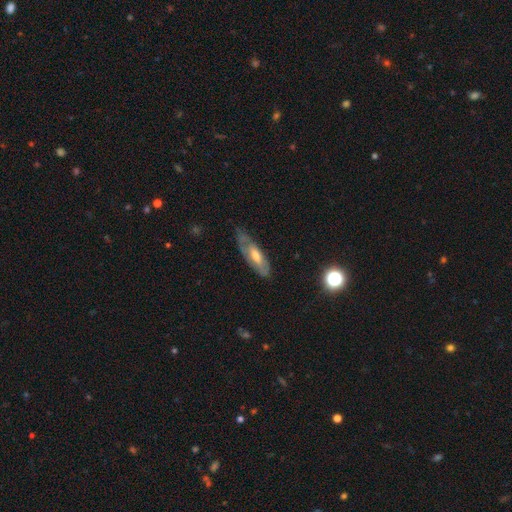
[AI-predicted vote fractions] A featured or disk galaxy (57%).

Vote fractions:
- Smooth or featured? featured or disk: 57% / smooth: 36% / star or artifact: 7%
- Edge-on disk? no: 69% / yes: 31%
- Merging? none: 57% / minor disturbance: 30% / major disturbance: 11% / merger: 2%